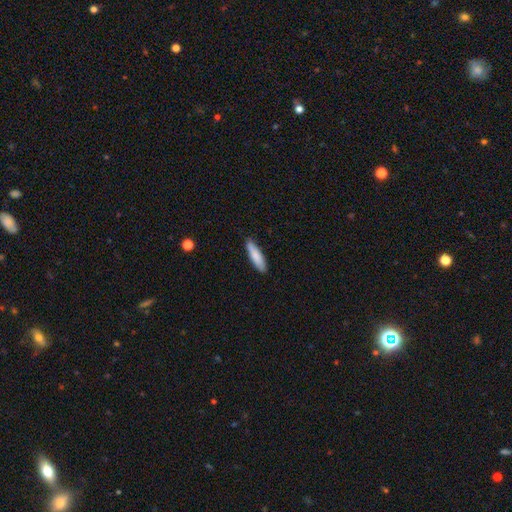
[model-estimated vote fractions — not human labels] A smooth galaxy with no disk features (83%) that is cigar-shaped (72%). Merging: none (86%).